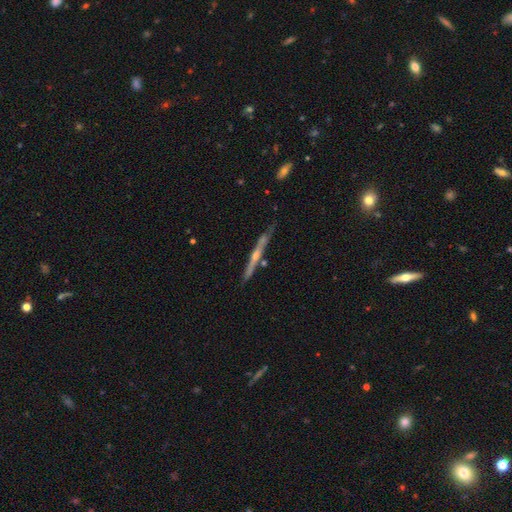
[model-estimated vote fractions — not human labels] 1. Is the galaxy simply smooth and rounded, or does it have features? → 73% featured or disk, 20% smooth, 6% star or artifact.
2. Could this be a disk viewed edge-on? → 96% yes, 4% no.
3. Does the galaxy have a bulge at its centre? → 67% rounded, 28% none, 4% boxy.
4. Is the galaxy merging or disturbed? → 77% none, 15% minor disturbance, 5% merger, 3% major disturbance.